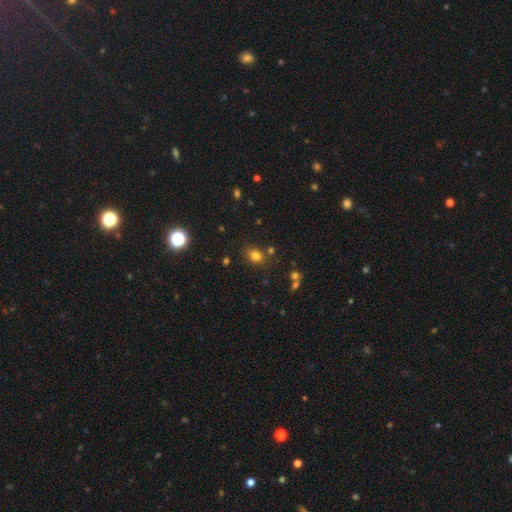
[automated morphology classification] Smooth or featured? smooth (78%)
How rounded? round (50%)
Merging? none (75%)